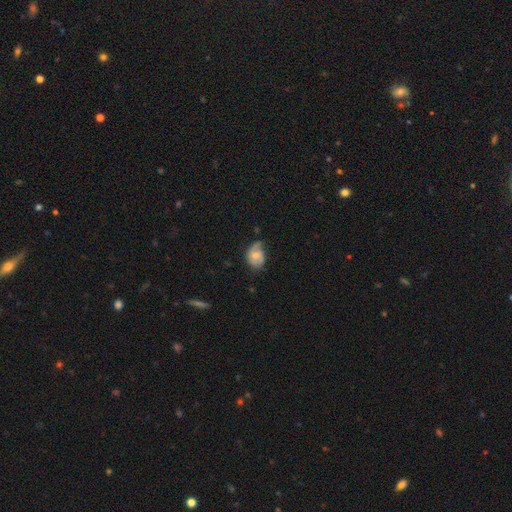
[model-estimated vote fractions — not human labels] Smooth or featured? Predicted: featured or disk (p=0.51). Edge-on disk? Predicted: no (p=0.96). Merging? Predicted: minor disturbance (p=0.39, tied with none).